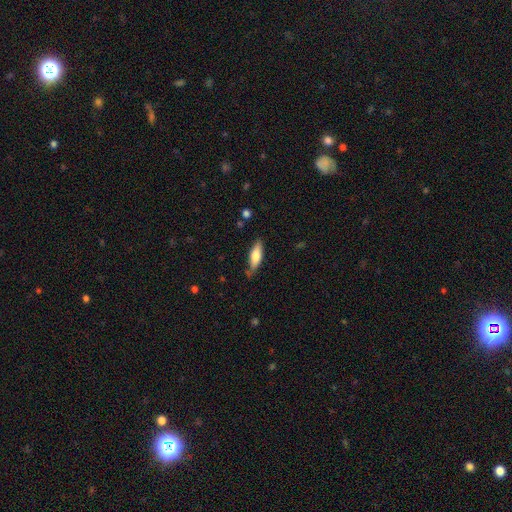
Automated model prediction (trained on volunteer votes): A smooth galaxy with no disk features (73%) that is in between round and cigar-shaped (55%). Merging: none (73%).